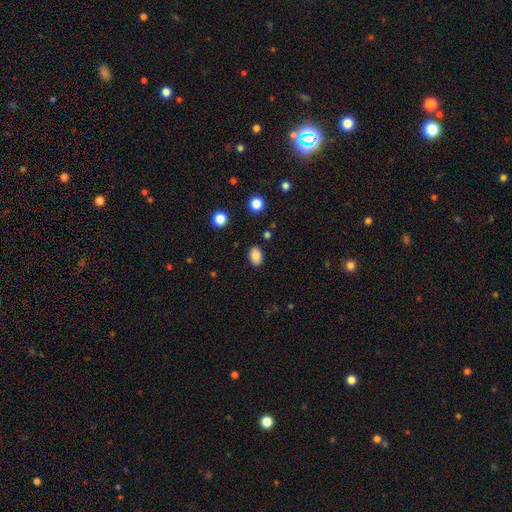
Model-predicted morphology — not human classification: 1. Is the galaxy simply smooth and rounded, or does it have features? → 87% smooth, 9% star or artifact, 4% featured or disk.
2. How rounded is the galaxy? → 86% in between, 13% round, 1% cigar-shaped.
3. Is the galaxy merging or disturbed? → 87% none, 9% minor disturbance, 3% major disturbance, 2% merger.